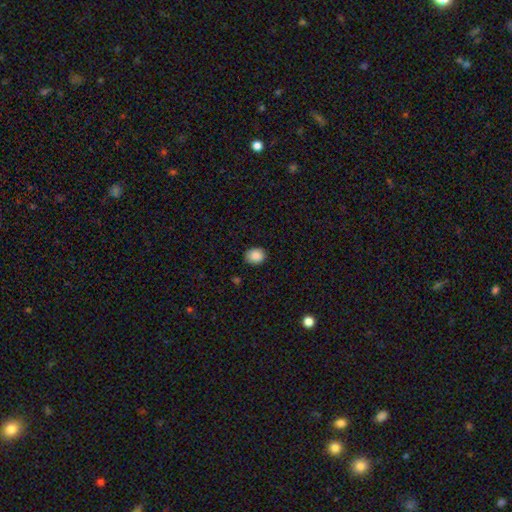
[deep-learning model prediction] Smooth or featured?
  - smooth: 88% *
  - star or artifact: 9%
  - featured or disk: 4%
How rounded?
  - round: 54% *
  - in between: 45%
  - cigar-shaped: 1%
Merging?
  - none: 83% *
  - minor disturbance: 14%
  - major disturbance: 2%
  - merger: 1%